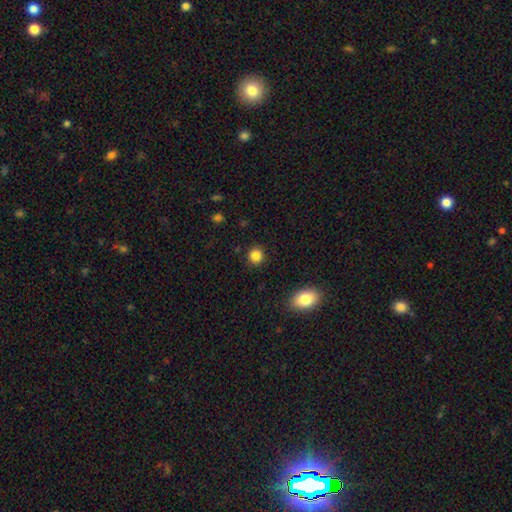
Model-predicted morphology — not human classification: A smooth galaxy with no disk features (85%) that is round (89%). Merging: none (91%).